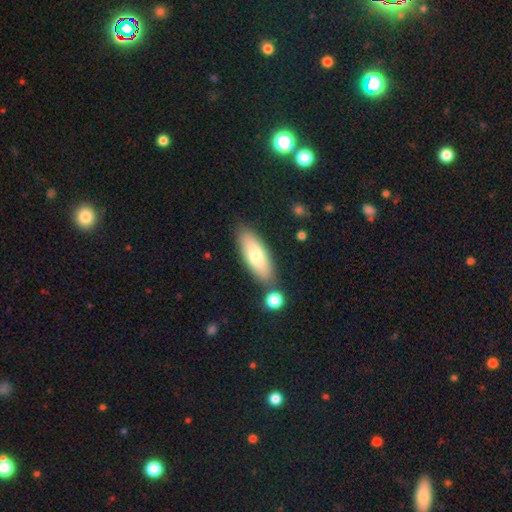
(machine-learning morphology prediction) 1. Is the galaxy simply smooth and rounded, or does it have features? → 76% smooth, 18% featured or disk, 6% star or artifact.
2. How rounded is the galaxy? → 65% in between, 33% cigar-shaped, 2% round.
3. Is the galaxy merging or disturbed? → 77% none, 12% minor disturbance, 8% merger, 3% major disturbance.